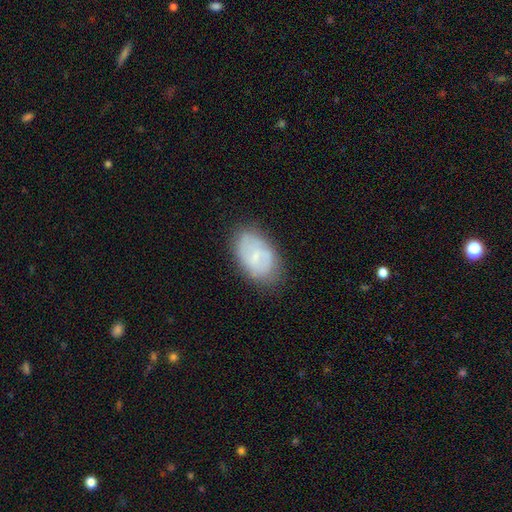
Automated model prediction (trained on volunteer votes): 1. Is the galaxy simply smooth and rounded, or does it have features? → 49% smooth, 42% featured or disk, 9% star or artifact.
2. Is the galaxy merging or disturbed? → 75% none, 18% minor disturbance, 5% major disturbance, 2% merger.